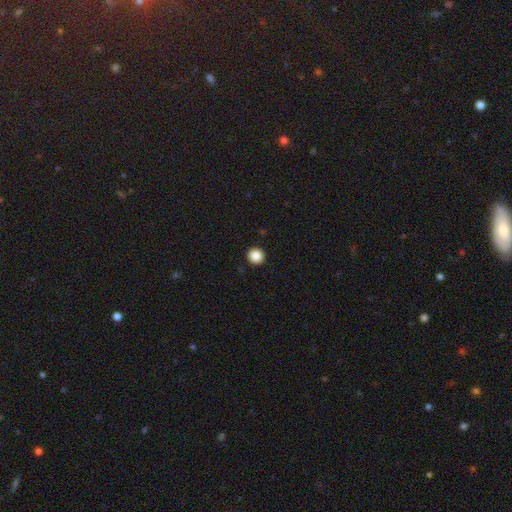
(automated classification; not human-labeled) Morphology: type=smooth (87%); roundness=round (94%); merging=none (93%).